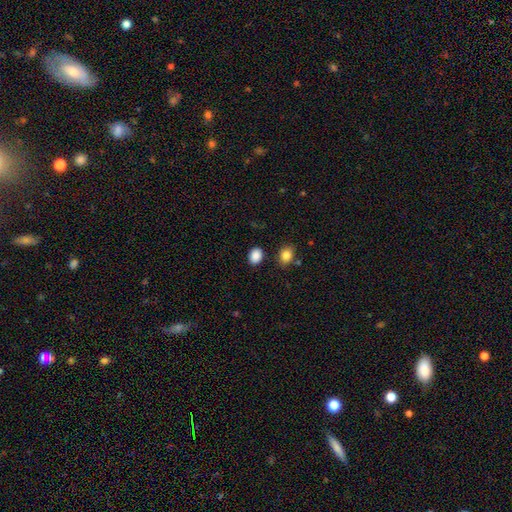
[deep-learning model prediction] Overall: smooth (88%). How rounded: in between (66%; round 33%). Merging: none (85%).